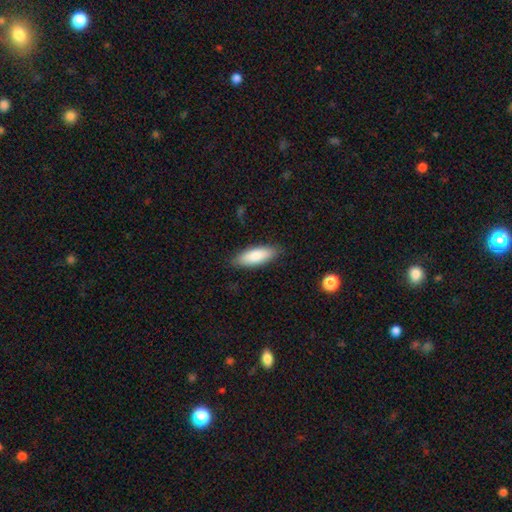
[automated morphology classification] smooth_or_featured: smooth (p=0.84) [alt: featured or disk p=0.10]
how_rounded: in between (p=0.67) [alt: cigar-shaped p=0.31]
merging: none (p=0.86) [alt: minor disturbance p=0.11]